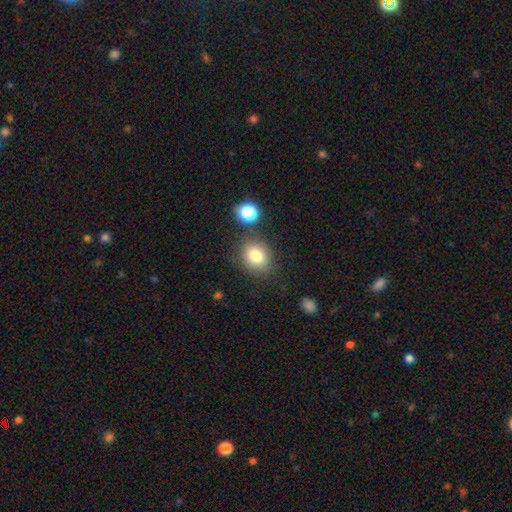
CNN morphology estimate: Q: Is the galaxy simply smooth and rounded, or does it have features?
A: smooth — 80%.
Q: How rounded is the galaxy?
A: round — 62%.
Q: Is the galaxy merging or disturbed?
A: none — 77%.